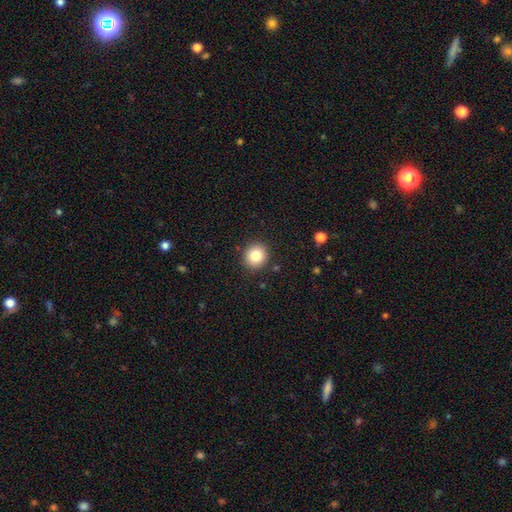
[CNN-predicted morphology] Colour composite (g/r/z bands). It shows a smooth galaxy with no disk features (81%) that is round (88%). Merging: none (90%).